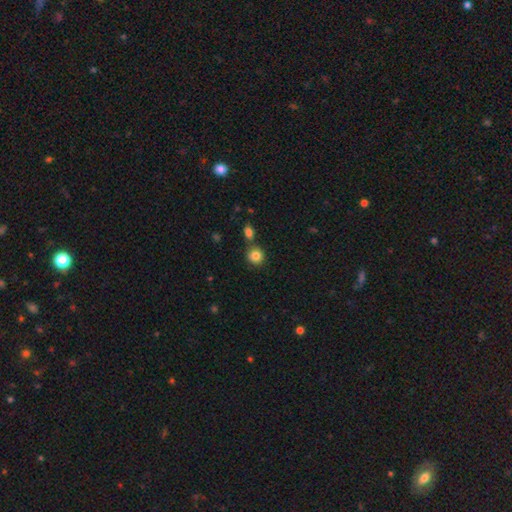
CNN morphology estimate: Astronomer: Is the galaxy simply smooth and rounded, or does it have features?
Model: smooth — 84%.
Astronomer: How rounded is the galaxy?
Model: round — 88%.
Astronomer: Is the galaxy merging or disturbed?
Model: none — 71%.